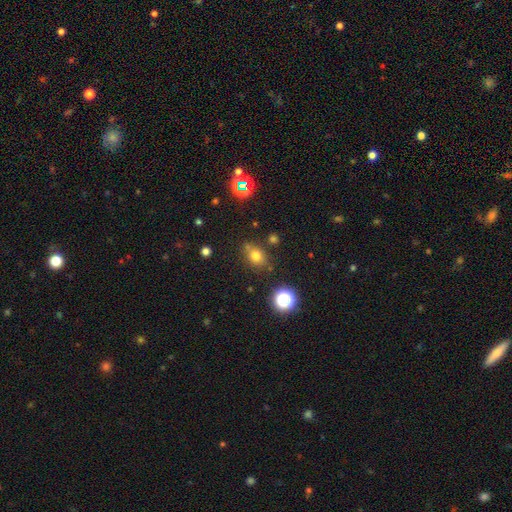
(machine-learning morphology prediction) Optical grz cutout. It shows a smooth galaxy with no disk features (70%) that is in between round and cigar-shaped (52%). Merging: none (73%).